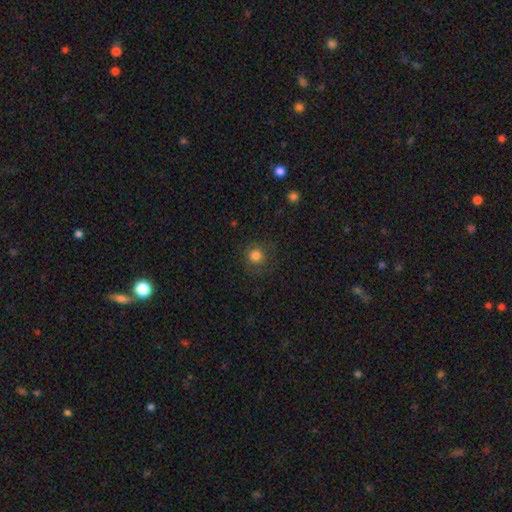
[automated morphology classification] smooth 81%, star or artifact 12%, featured or disk 7%. Down the decision tree: how rounded — round (93%); merging — none (82%).